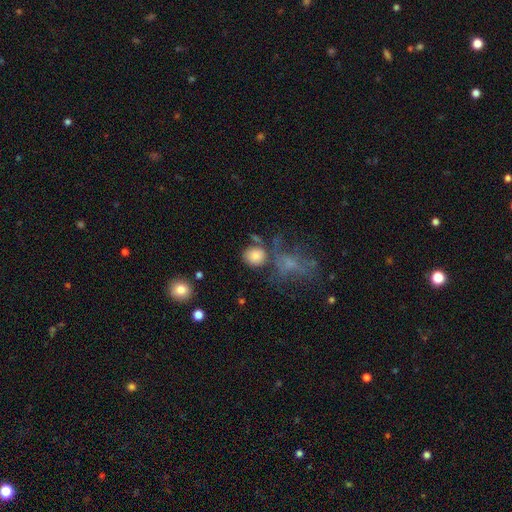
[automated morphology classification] smooth 80%, featured or disk 10%, star or artifact 10%. Down the decision tree: how rounded — round (74%); merging — none (53%).